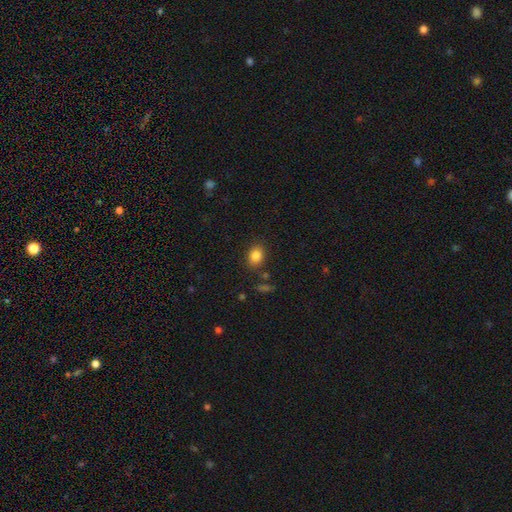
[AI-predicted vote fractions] The model was most divided on "how rounded": in between: 59%, round: 40%, cigar-shaped: 1%. More confident: smooth or featured — smooth (85%); merging — none (83%).